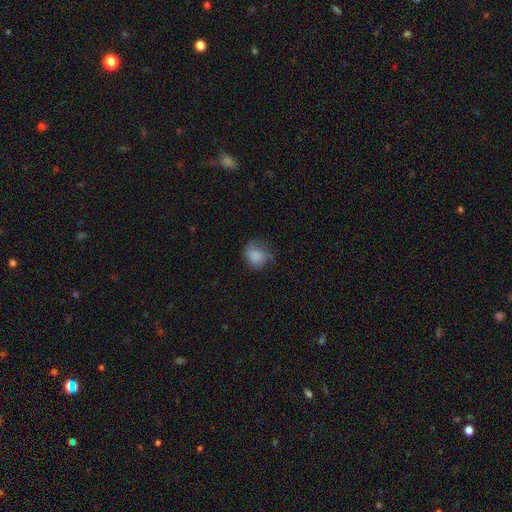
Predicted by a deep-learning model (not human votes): Smooth or featured? Predicted: smooth (p=0.65). How rounded? Predicted: round (p=0.63). Merging? Predicted: none (p=0.46).